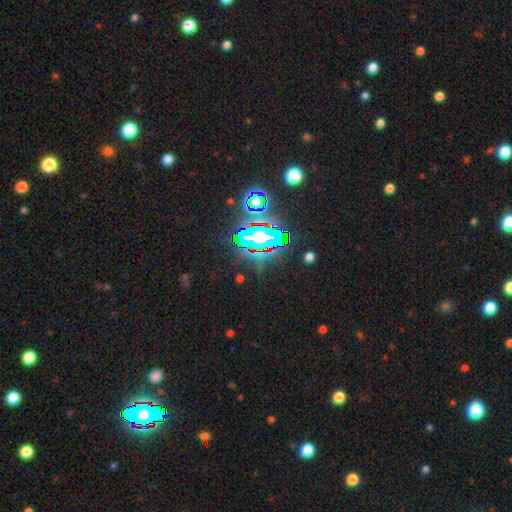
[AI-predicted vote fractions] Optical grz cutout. It shows a star or artifact, not a galaxy (79%).